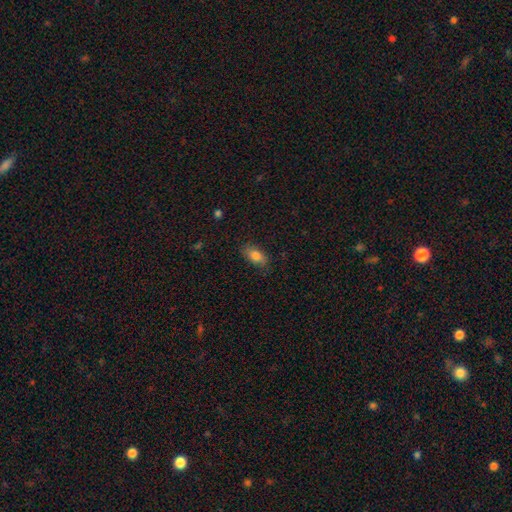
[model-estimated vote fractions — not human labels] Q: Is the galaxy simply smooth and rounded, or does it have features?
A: smooth — 82%.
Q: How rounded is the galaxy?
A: in between — 89%.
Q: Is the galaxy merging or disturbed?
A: none — 80%.